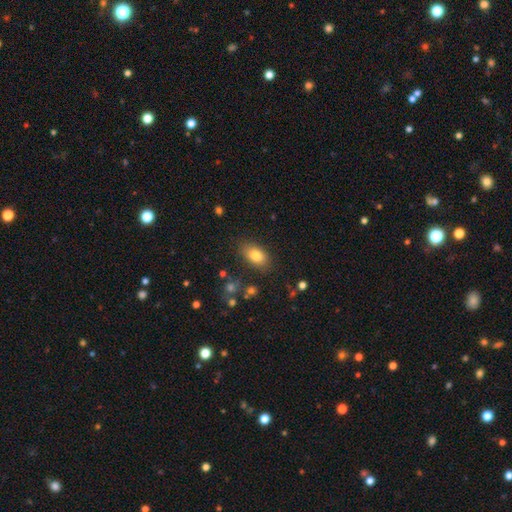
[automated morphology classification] Smooth or featured?
  - smooth: 81% *
  - featured or disk: 10%
  - star or artifact: 9%
How rounded?
  - in between: 88% *
  - round: 10%
  - cigar-shaped: 2%
Merging?
  - none: 82% *
  - minor disturbance: 13%
  - major disturbance: 3%
  - merger: 2%